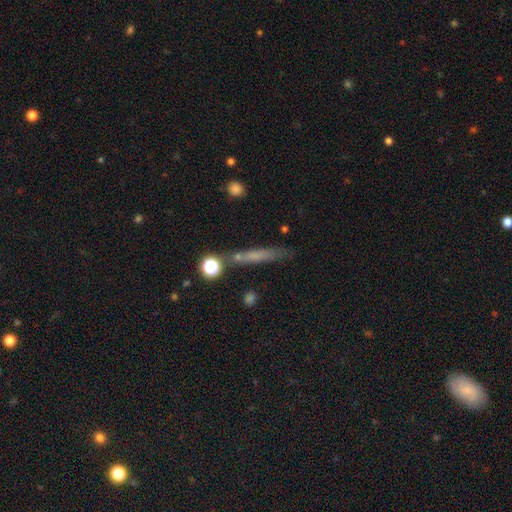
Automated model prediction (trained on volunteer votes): This is likely a smooth galaxy (62%). How rounded: clearly cigar-shaped (86%). Merging: likely none (71%).